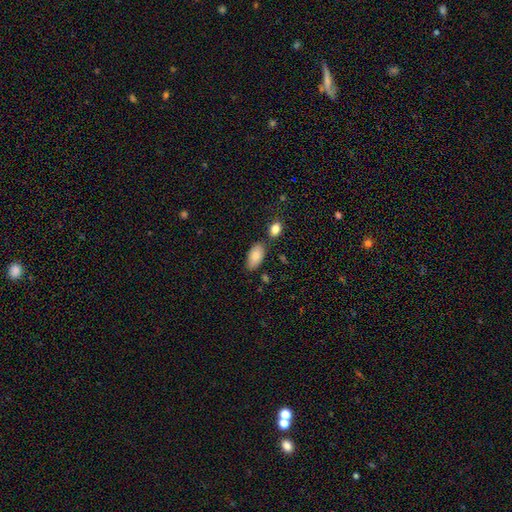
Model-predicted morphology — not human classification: Smooth or featured? smooth (83%)
How rounded? in between (94%)
Merging? none (73%)